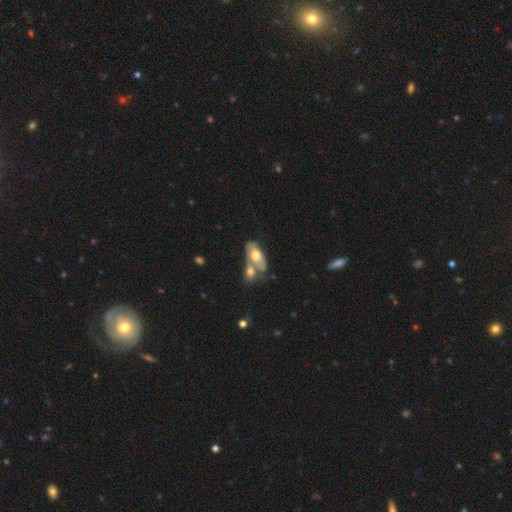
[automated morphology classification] smooth-or-featured: smooth: 56% | featured or disk: 38% | star or artifact: 6%
  how-rounded: in between: 85% | cigar-shaped: 10% | round: 4%
  merging: merger: 51% | none: 31% | minor disturbance: 12% | major disturbance: 6%